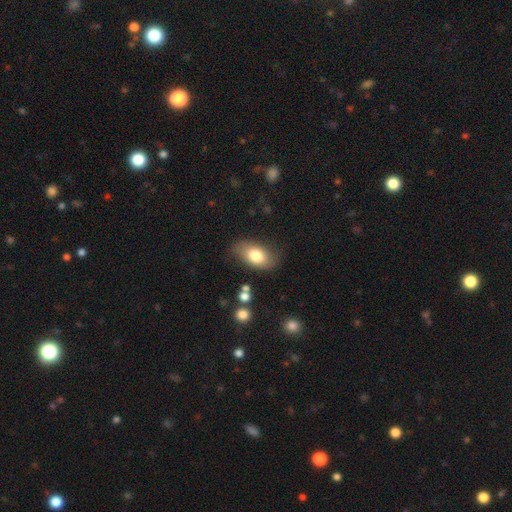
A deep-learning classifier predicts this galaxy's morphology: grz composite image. It shows a smooth galaxy with no disk features (77%) that is in between round and cigar-shaped (92%). Merging: none (76%).